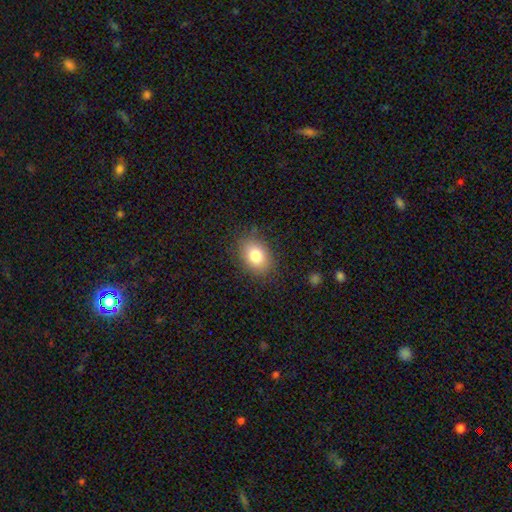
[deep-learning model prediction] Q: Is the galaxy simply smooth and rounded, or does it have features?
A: smooth — 81%.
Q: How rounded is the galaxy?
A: in between — 70%.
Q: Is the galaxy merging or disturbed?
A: none — 84%.